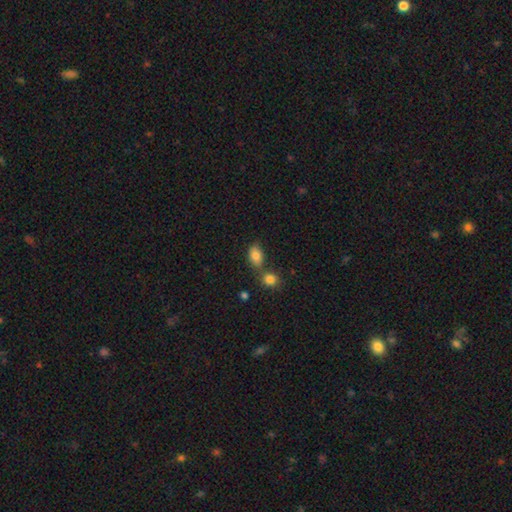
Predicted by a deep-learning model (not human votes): smooth-or-featured: smooth: 82% | star or artifact: 10% | featured or disk: 8%
  how-rounded: in between: 85% | round: 13% | cigar-shaped: 2%
  merging: none: 55% | merger: 29% | minor disturbance: 12% | major disturbance: 4%